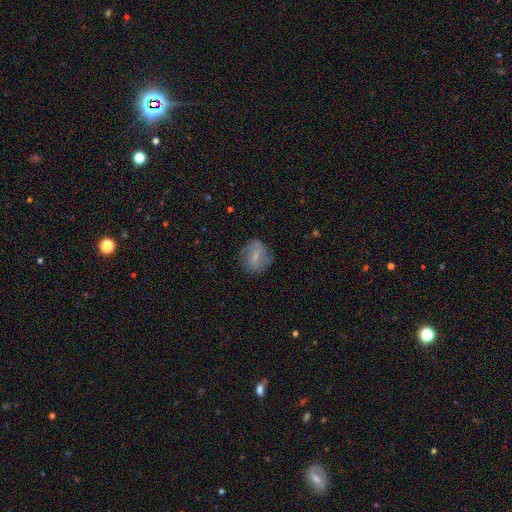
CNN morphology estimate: Q: Smooth or featured?
A: smooth (61%); runner-up: featured or disk (30%)
Q: How rounded?
A: round (61%); runner-up: in between (37%)
Q: Merging?
A: none (70%); runner-up: minor disturbance (20%)